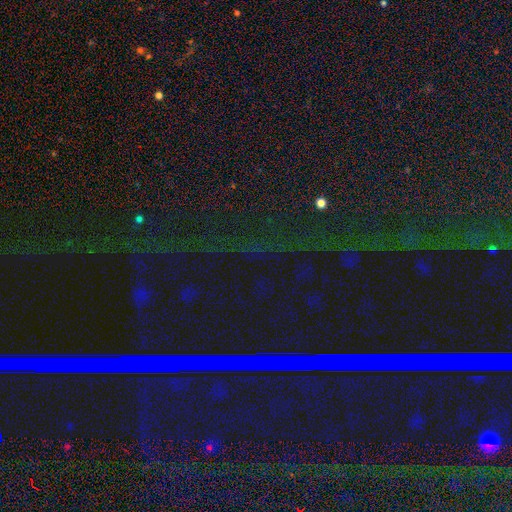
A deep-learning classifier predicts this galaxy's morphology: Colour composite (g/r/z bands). It shows a star or artifact, not a galaxy (87%).